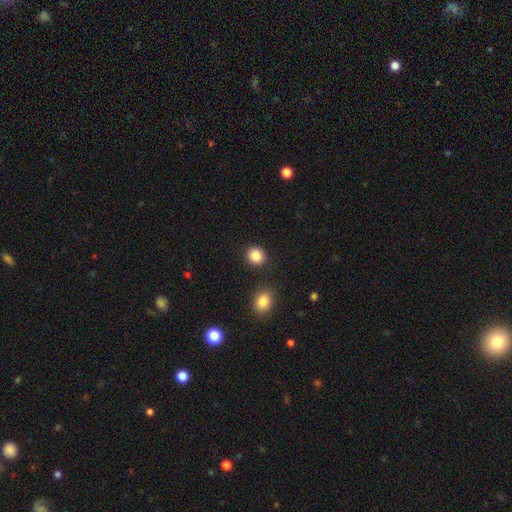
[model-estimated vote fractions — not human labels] Smooth or featured? Predicted: smooth (p=0.86). How rounded? Predicted: round (p=0.86). Merging? Predicted: none (p=0.88).